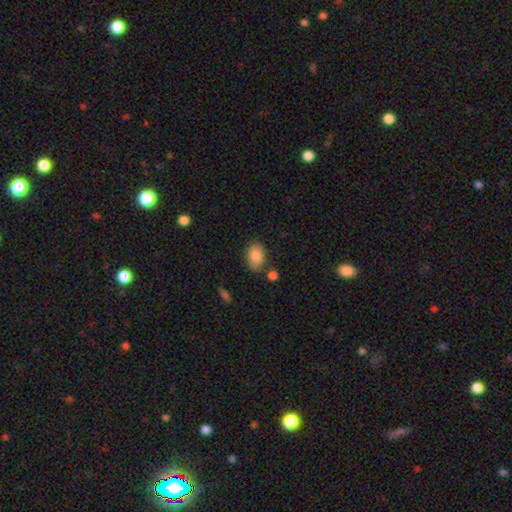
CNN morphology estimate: type=smooth (85%); roundness=in between (85%); merging=none (74%).